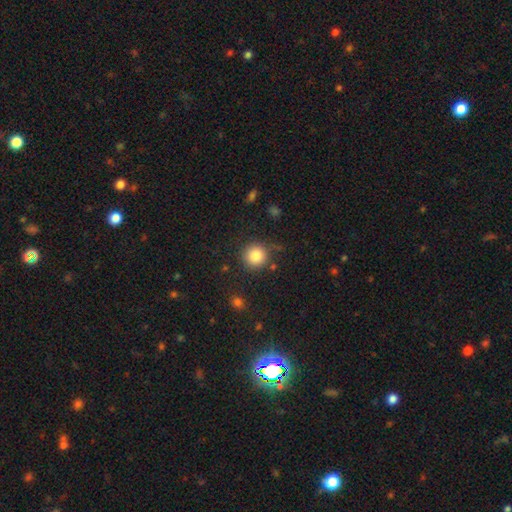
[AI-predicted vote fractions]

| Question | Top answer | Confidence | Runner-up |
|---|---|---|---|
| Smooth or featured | smooth | 84% | star or artifact (10%) |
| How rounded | round | 93% | in between (6%) |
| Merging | none | 80% | minor disturbance (12%) |